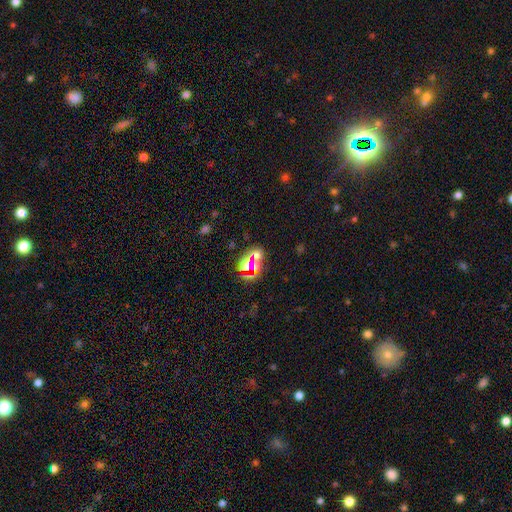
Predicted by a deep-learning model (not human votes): The model was most divided on "smooth or featured": star or artifact: 47%, smooth: 39%, featured or disk: 14%.